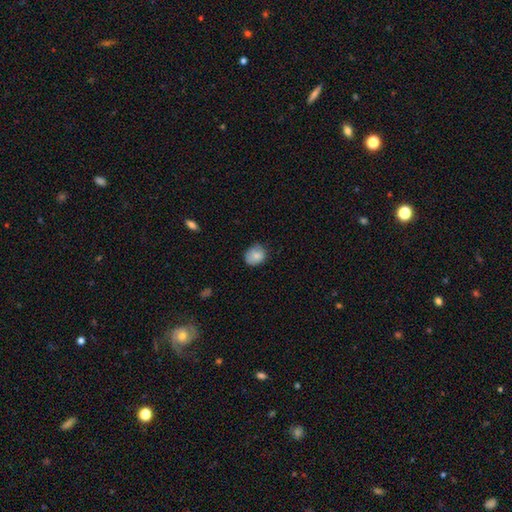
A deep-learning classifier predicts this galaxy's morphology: This is clearly a smooth galaxy (83%). How rounded: likely round (63%). Merging: likely none (68%).